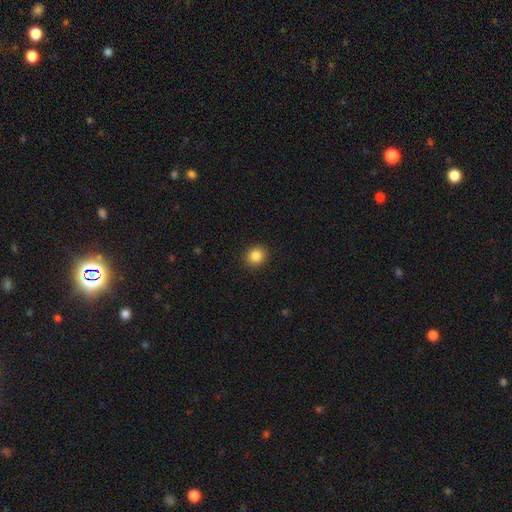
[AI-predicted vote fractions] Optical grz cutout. It shows a smooth galaxy with no disk features (85%) that is round (81%). Merging: none (91%).